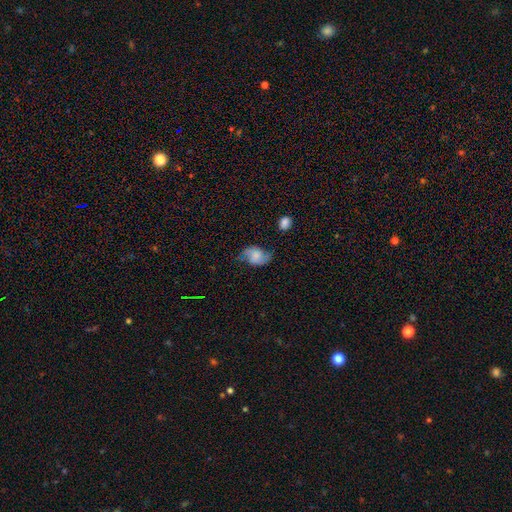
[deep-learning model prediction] smooth-or-featured: featured or disk: 56% | smooth: 35% | star or artifact: 9%
  disk-edge-on: no: 97% | yes: 3%
    bar: no: 60% | weak: 32% | strong: 8%
    has-spiral-arms: yes: 90% | no: 10%
    bulge-size: none: 31% | small: 30% | moderate: 24% | large: 11% | dominant: 4%
  merging: none: 61% | minor disturbance: 25% | major disturbance: 10% | merger: 3%